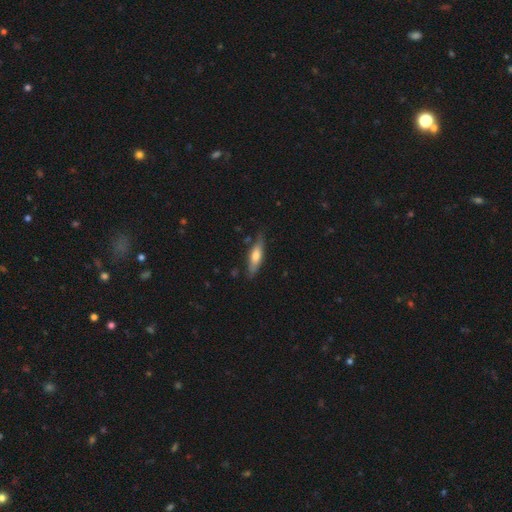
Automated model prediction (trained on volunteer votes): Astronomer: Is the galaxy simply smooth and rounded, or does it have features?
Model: smooth — 60%.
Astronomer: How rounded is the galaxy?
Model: cigar-shaped — 56% (runner-up: in between, 42%).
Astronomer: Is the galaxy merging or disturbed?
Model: none — 75%.